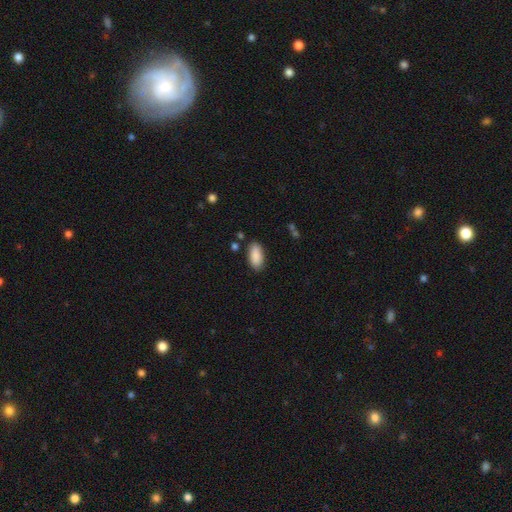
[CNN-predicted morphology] The model was most divided on "merging": none: 84%, minor disturbance: 11%, major disturbance: 3%, merger: 2%. More confident: how rounded — in between (90%); smooth or featured — smooth (90%).